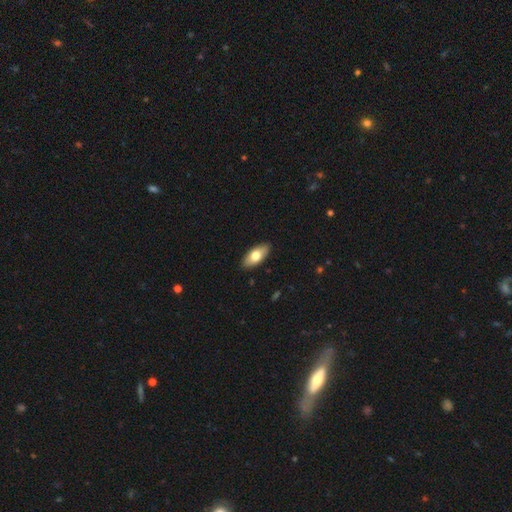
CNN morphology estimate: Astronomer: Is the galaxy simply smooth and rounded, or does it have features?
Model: smooth — 72%.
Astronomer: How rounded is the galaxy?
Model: in between — 88%.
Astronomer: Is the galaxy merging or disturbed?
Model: none — 89%.